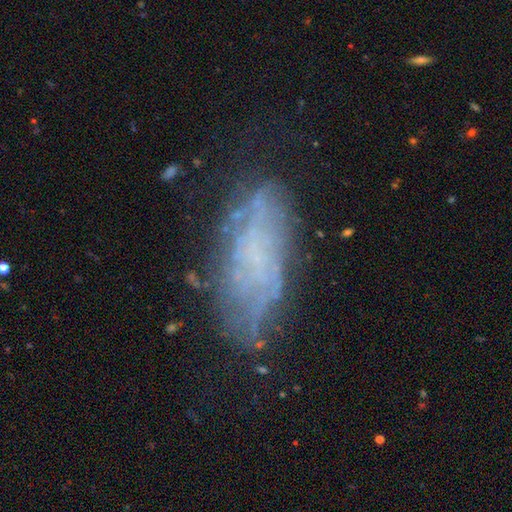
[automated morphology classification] type=featured or disk (58%); edge-on=no (87%); bar=no (83%); spiral arms=no (59%); bulge=none (74%); merging=none (62%).